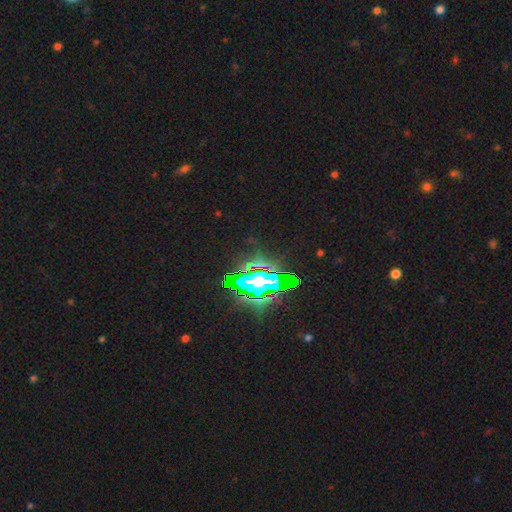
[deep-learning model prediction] smooth-or-featured: star or artifact: 80% | featured or disk: 10% | smooth: 10%